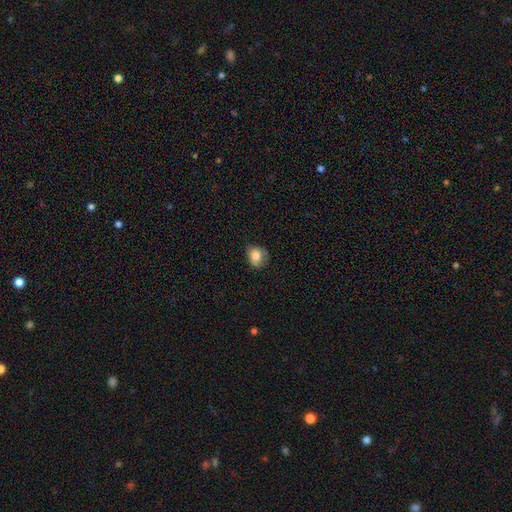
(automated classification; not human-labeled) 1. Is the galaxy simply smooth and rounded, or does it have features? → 78% smooth, 12% featured or disk, 10% star or artifact.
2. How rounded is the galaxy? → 65% round, 34% in between, 1% cigar-shaped.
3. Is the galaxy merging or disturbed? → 68% none, 25% minor disturbance, 6% major disturbance, 1% merger.